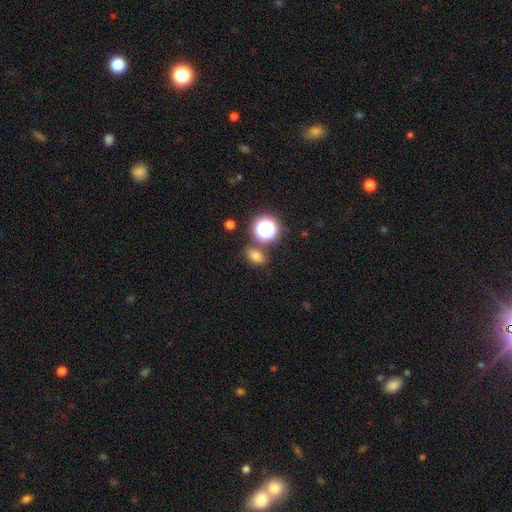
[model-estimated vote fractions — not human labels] A smooth galaxy with no disk features (71%) that is in between round and cigar-shaped (71%). Merging: none (76%).